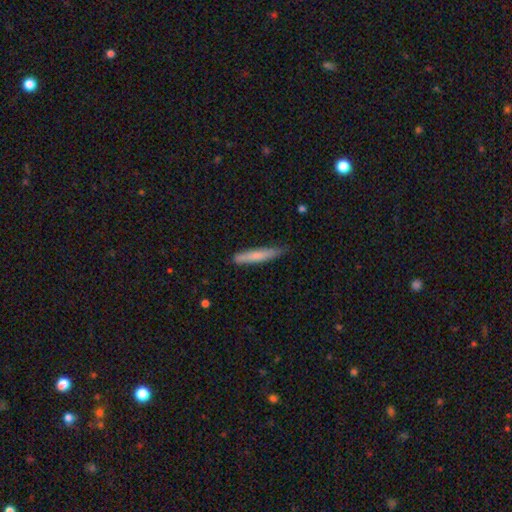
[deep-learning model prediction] Smooth or featured? smooth (73%)
How rounded? cigar-shaped (93%)
Merging? none (77%)